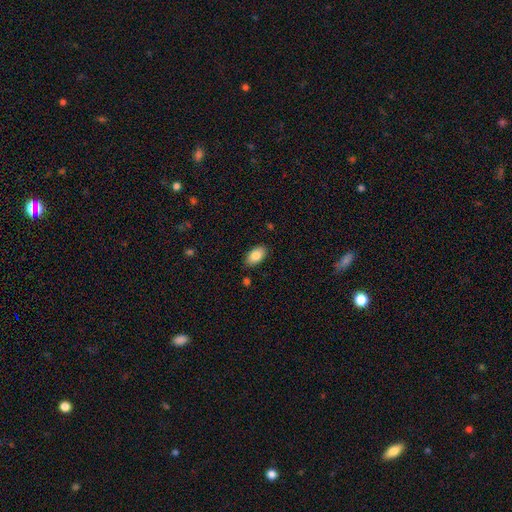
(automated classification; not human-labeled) Smooth or featured: smooth — 86% (featured or disk — 7%)
How rounded: in between — 94% (round — 4%)
Merging: none — 85% (minor disturbance — 11%)